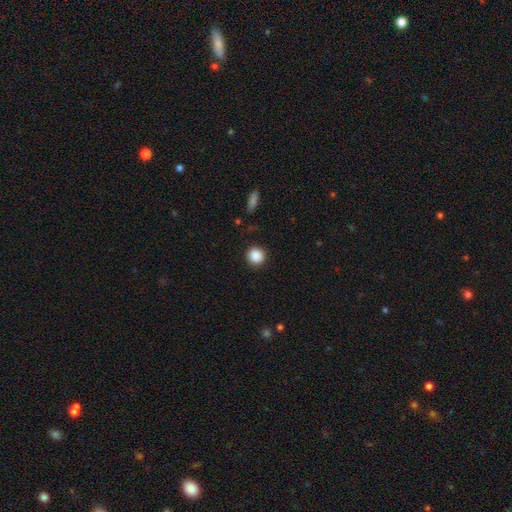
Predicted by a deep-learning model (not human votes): Overall: smooth (88%). How rounded: round (92%). Merging: none (90%).